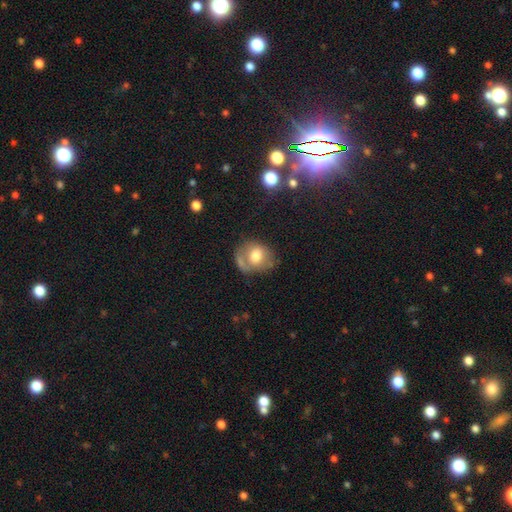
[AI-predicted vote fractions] Smooth or featured? smooth (62%)
How rounded? round (60%)
Merging? none (46%)